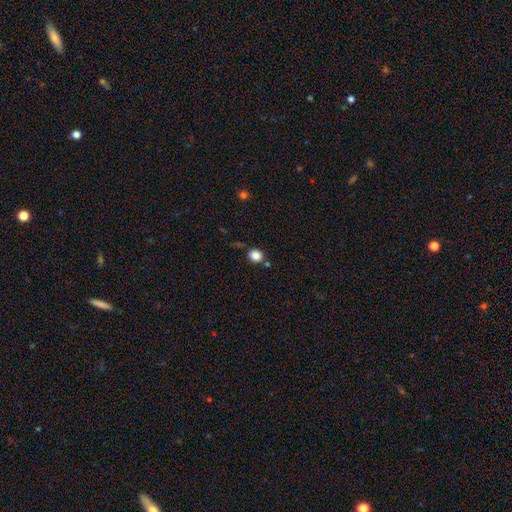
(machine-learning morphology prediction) Overall: smooth (85%). How rounded: round (68%; in between 31%). Merging: none (78%).